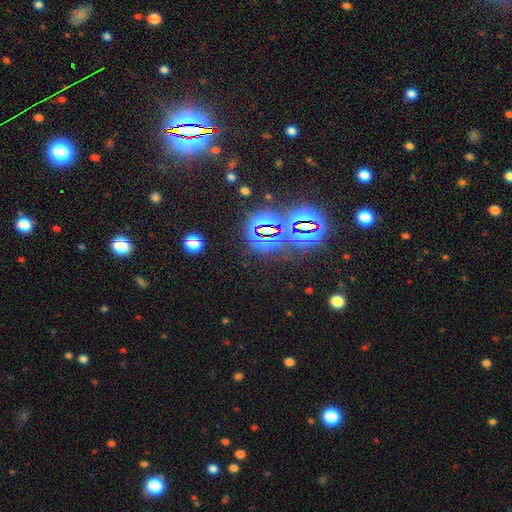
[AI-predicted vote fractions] smooth-or-featured: star or artifact: 76% | smooth: 14% | featured or disk: 11%